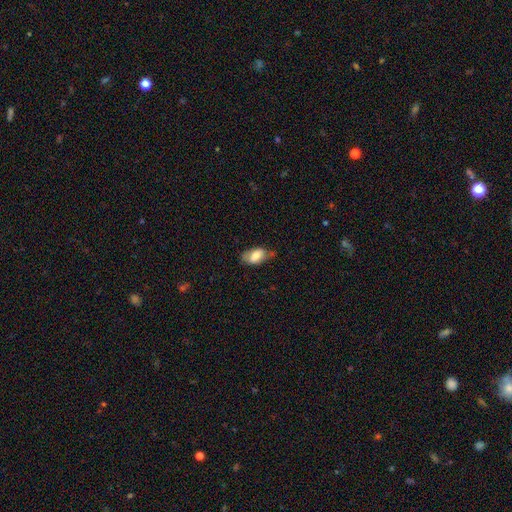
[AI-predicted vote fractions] smooth-or-featured: smooth: 72% | featured or disk: 21% | star or artifact: 7%
  how-rounded: in between: 91% | round: 5% | cigar-shaped: 4%
  merging: none: 59% | minor disturbance: 30% | major disturbance: 9% | merger: 2%